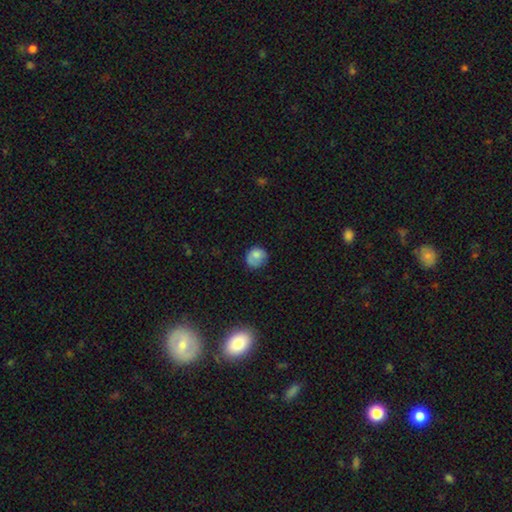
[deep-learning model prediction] Smooth or featured: smooth — 76% (featured or disk — 15%)
How rounded: round — 71% (in between — 28%)
Merging: none — 55% (minor disturbance — 30%)